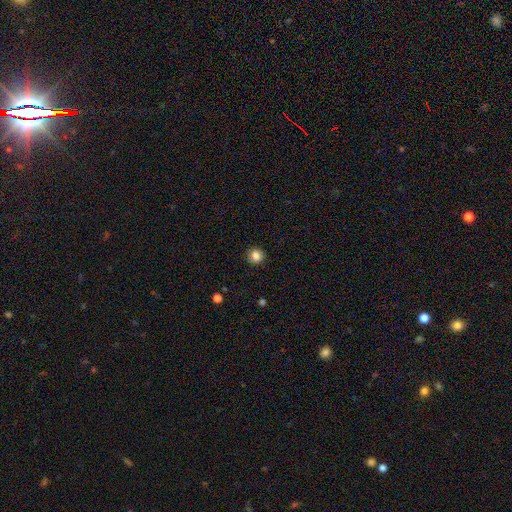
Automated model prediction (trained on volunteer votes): smooth_or_featured: smooth (p=0.82) [alt: star or artifact p=0.11]
how_rounded: round (p=0.90) [alt: in between p=0.09]
merging: none (p=0.89) [alt: minor disturbance p=0.08]